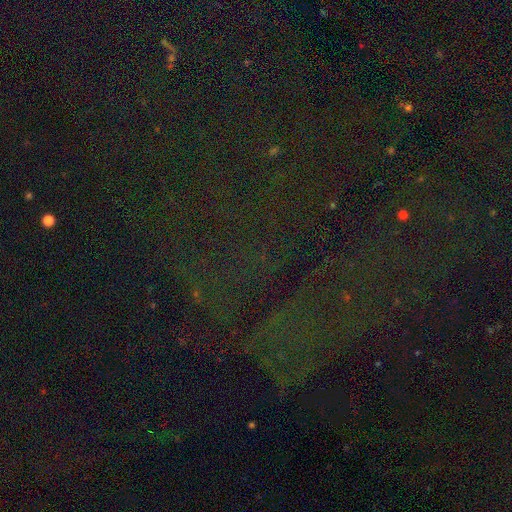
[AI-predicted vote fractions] smooth-or-featured: star or artifact: 81% | smooth: 11% | featured or disk: 9%